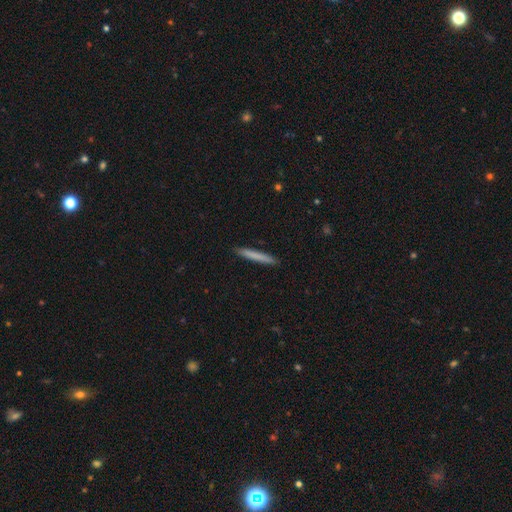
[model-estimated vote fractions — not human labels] Q: Smooth or featured?
A: smooth (76%); runner-up: featured or disk (18%)
Q: How rounded?
A: cigar-shaped (96%); runner-up: in between (2%)
Q: Merging?
A: none (92%); runner-up: minor disturbance (6%)